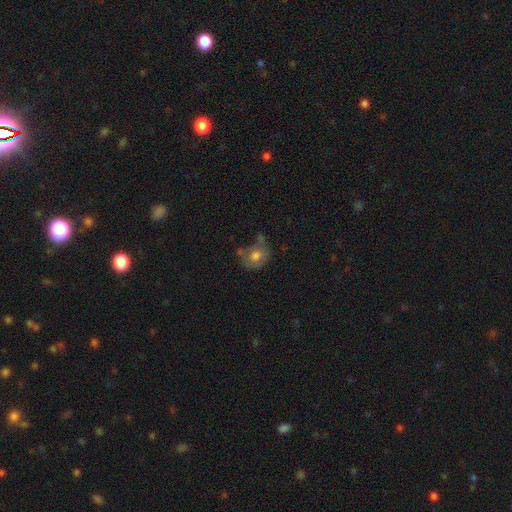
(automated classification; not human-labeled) The model was most divided on "merging": none: 45%, minor disturbance: 26%, merger: 16%, major disturbance: 12%. More confident: smooth or featured — smooth (65%); how rounded — round (60%).